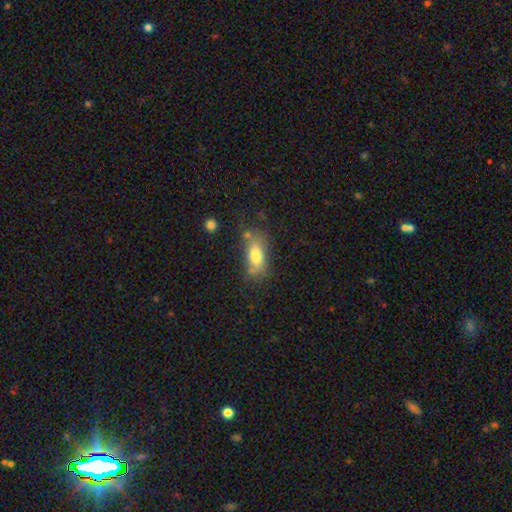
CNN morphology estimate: type=smooth (75%); roundness=in between (83%); merging=none (61%).